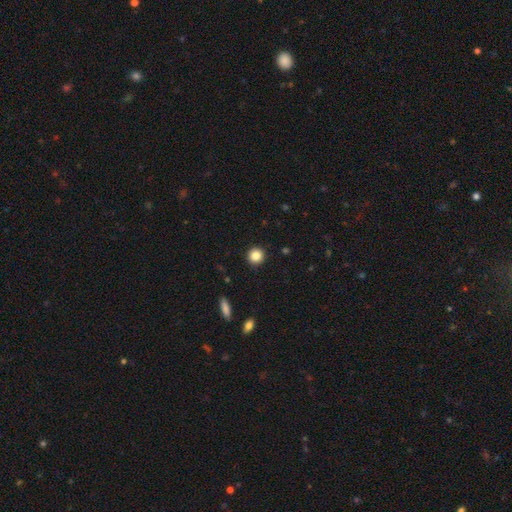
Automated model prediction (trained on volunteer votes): Smooth or featured? smooth (85%)
How rounded? round (93%)
Merging? none (92%)